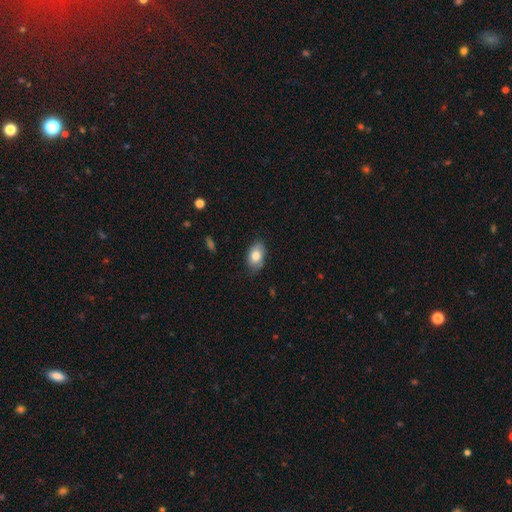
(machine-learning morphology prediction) Smooth or featured?
  - smooth: 82% *
  - featured or disk: 11%
  - star or artifact: 7%
How rounded?
  - in between: 88% *
  - round: 10%
  - cigar-shaped: 1%
Merging?
  - none: 79% *
  - minor disturbance: 17%
  - major disturbance: 3%
  - merger: 1%